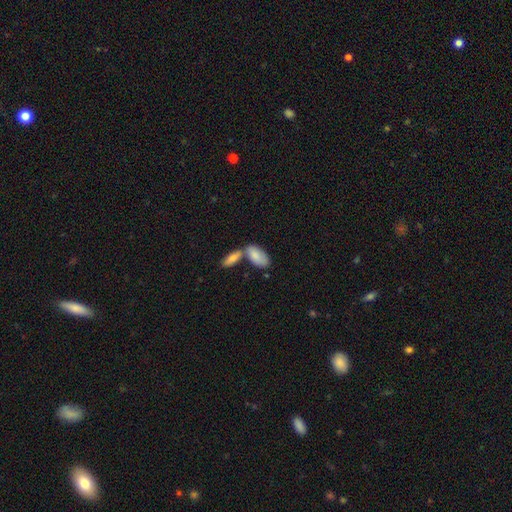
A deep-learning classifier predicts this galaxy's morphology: This is clearly a smooth galaxy (82%). How rounded: clearly in between (89%). Merging: possibly merger (48%).